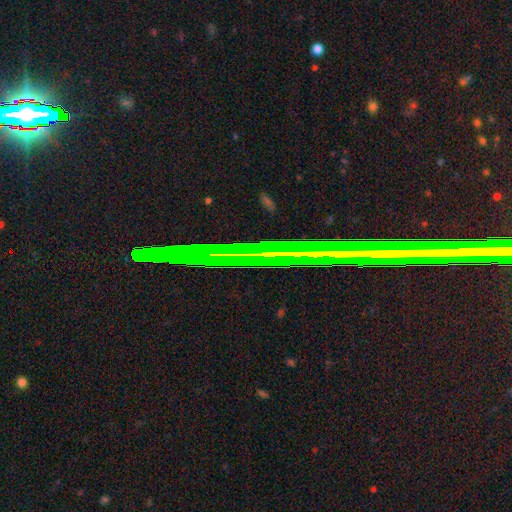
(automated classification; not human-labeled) This is likely a star or artifact rather than a galaxy (62%).